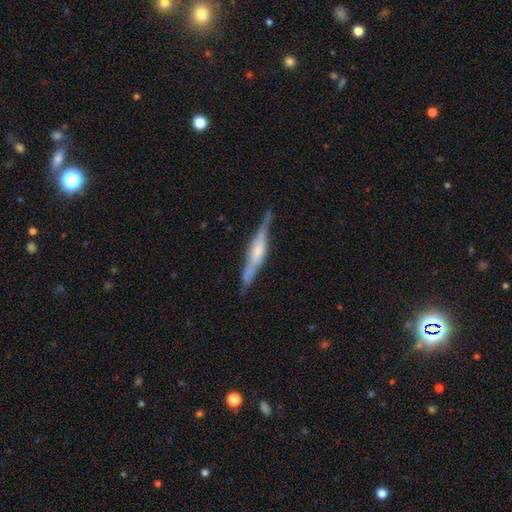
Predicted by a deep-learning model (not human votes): The model was most divided on "edge-on bulge": rounded: 47%, boxy: 39%, none: 14%. More confident: edge-on disk — yes (95%); merging — none (79%); smooth or featured — featured or disk (75%).